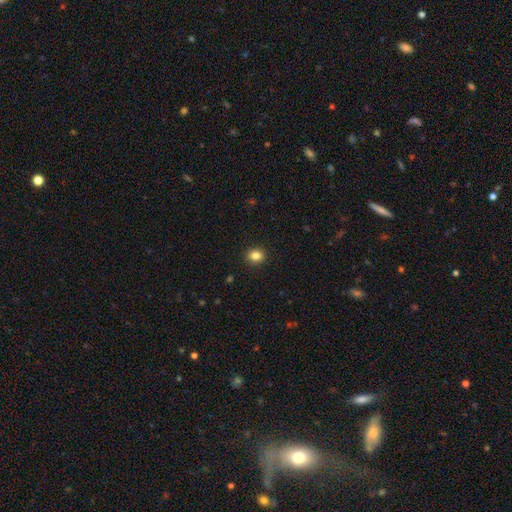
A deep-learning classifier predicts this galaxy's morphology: A smooth galaxy with no disk features (84%) that is round (58%). Merging: none (91%).